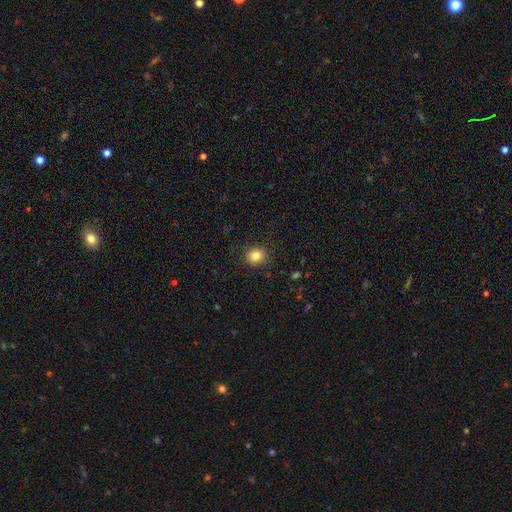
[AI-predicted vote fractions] This is clearly a smooth galaxy (83%). How rounded: clearly round (82%). Merging: clearly none (89%).